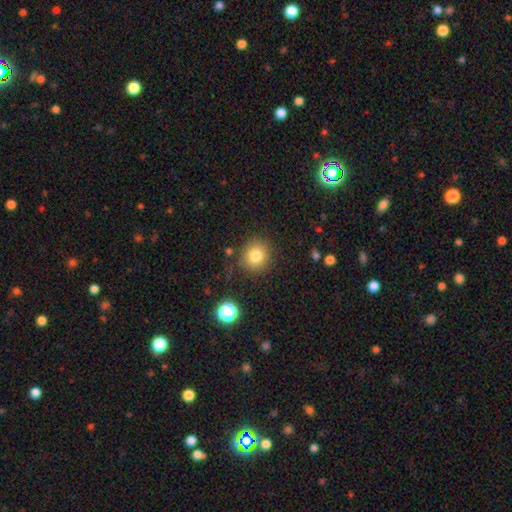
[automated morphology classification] smooth 80%, star or artifact 12%, featured or disk 8%. Down the decision tree: how rounded — round (86%); merging — none (83%).